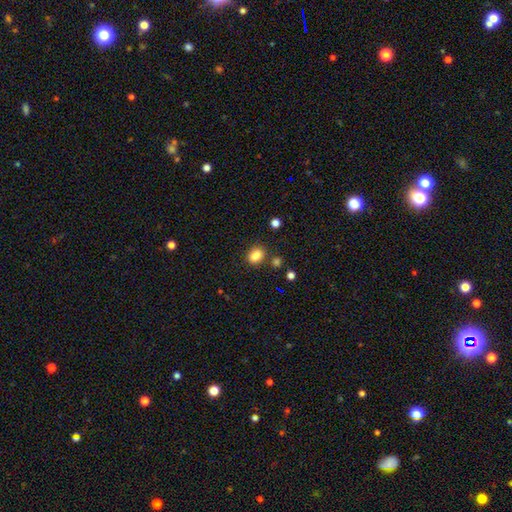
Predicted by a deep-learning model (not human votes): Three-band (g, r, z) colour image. It shows a smooth galaxy with no disk features (83%) that is in between round and cigar-shaped (65%). Merging: none (71%).